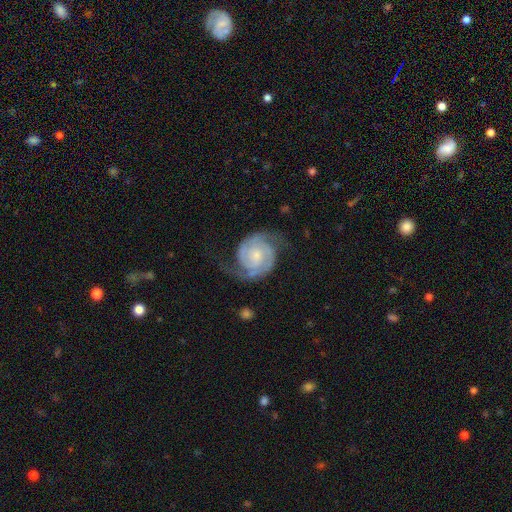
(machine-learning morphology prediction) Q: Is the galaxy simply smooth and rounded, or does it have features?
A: featured or disk — 91%.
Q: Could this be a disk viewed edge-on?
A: no — 98%.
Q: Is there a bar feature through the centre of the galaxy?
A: no — 61%.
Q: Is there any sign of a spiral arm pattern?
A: yes — 98%.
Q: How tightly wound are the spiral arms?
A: tight — 50%.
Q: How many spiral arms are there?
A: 2 — 90%.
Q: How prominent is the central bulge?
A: small — 56%.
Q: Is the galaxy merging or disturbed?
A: none — 73%.